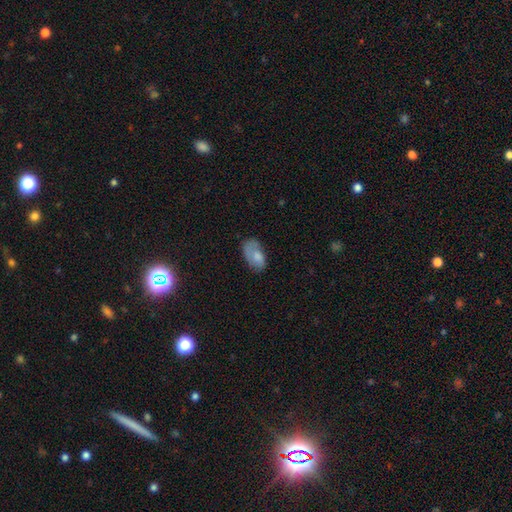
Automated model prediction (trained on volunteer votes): smooth_or_featured: smooth (p=0.68) [alt: featured or disk p=0.24]
how_rounded: in between (p=0.93) [alt: round p=0.05]
merging: none (p=0.46) [alt: minor disturbance p=0.31]